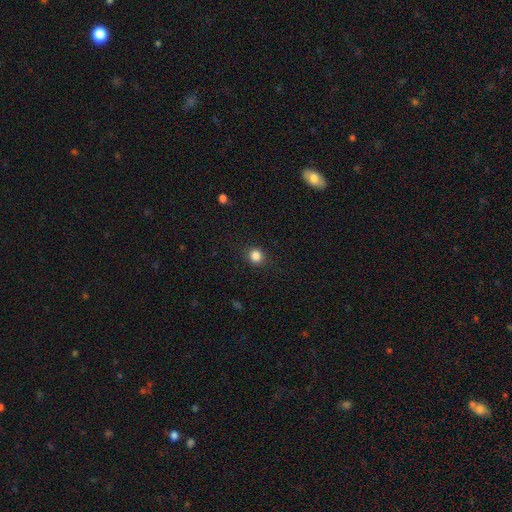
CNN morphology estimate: A smooth galaxy with no disk features (85%) that is round (85%).

Vote fractions:
- Smooth or featured? smooth: 85% / star or artifact: 11% / featured or disk: 4%
- How rounded? round: 85% / in between: 14% / cigar-shaped: 1%
- Merging? none: 89% / minor disturbance: 8% / major disturbance: 3% / merger: 1%